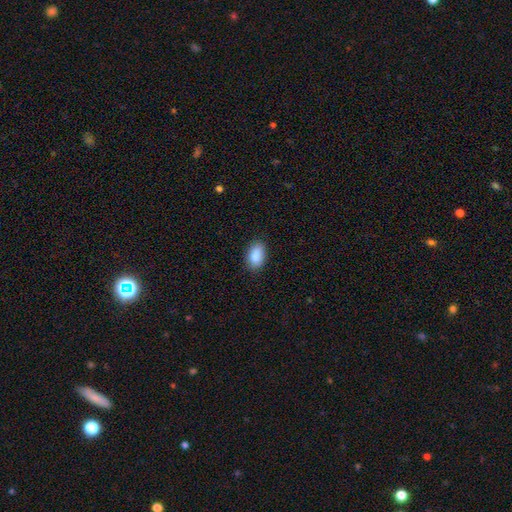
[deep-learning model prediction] A smooth galaxy with no disk features (89%) that is in between round and cigar-shaped (92%). Merging: none (83%).